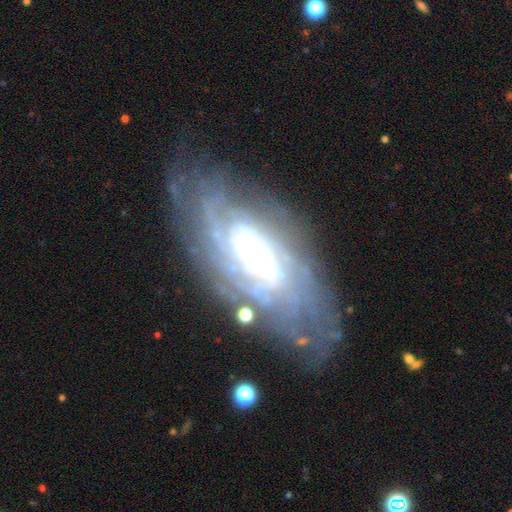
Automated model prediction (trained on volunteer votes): The model was most divided on "bulge size": moderate: 39%, small: 36%, large: 16%, none: 7%, dominant: 2%. Remaining: spiral arms — yes (93%); edge-on disk — no (89%); smooth or featured — featured or disk (84%); spiral winding — tight (70%); merging — none (69%); bar — strong (46%); spiral arm count — can't tell (44%).